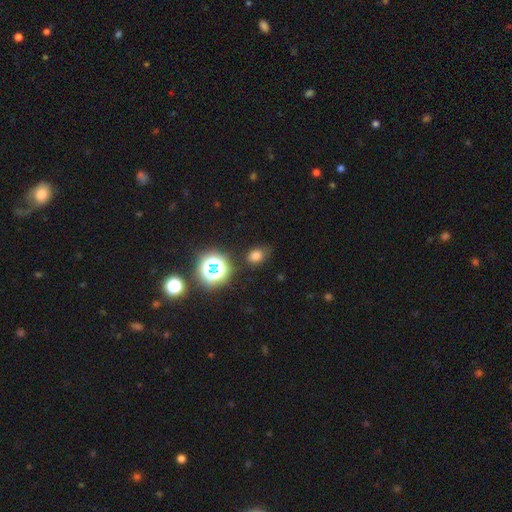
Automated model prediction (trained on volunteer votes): Morphology: type=smooth (70%); roundness=in between (56%); merging=none (77%).